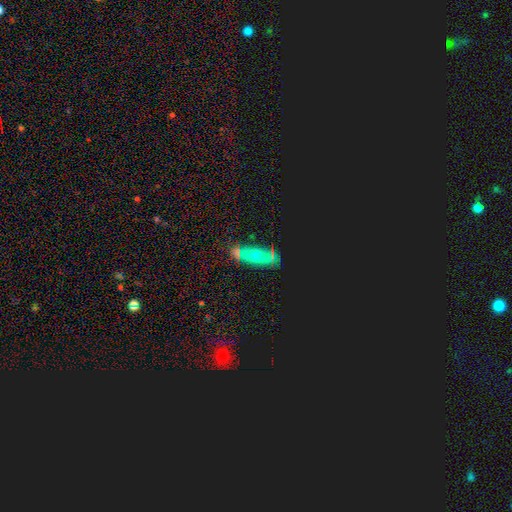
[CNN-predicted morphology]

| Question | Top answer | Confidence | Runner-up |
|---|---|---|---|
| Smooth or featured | star or artifact | 39% | smooth (34%) |